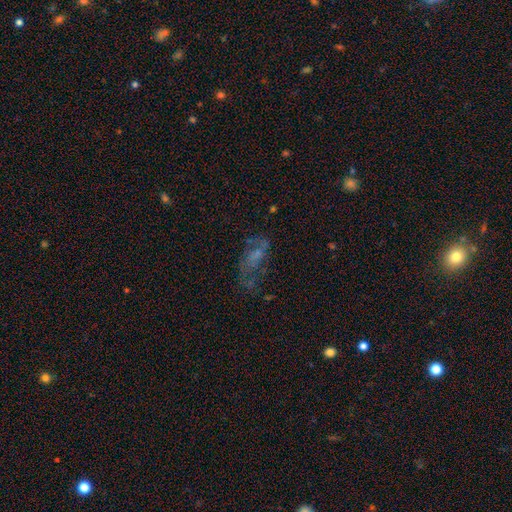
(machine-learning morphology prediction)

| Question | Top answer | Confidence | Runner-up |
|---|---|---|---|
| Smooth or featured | featured or disk | 51% | smooth (32%) |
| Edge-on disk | no | 93% | yes (7%) |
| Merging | none | 42% | major disturbance (31%) |